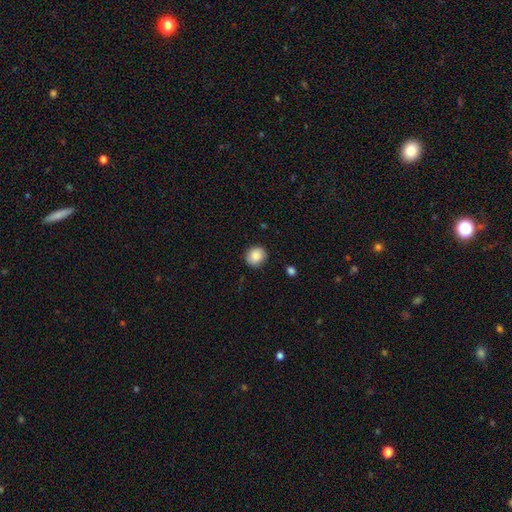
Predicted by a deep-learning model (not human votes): Q: Smooth or featured?
A: smooth (87%); runner-up: star or artifact (8%)
Q: How rounded?
A: round (76%); runner-up: in between (24%)
Q: Merging?
A: none (87%); runner-up: minor disturbance (10%)